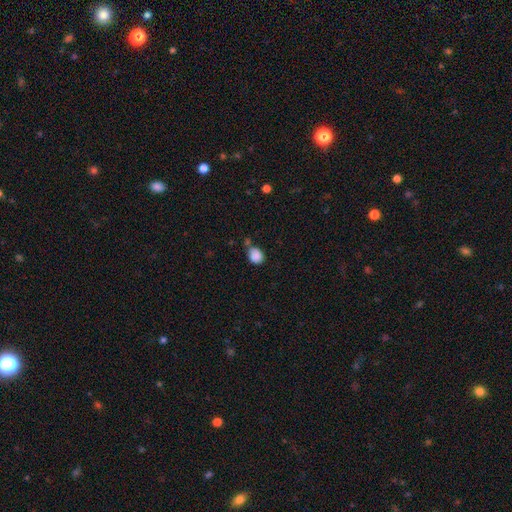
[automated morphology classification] Smooth or featured? Predicted: smooth (p=0.87). How rounded? Predicted: round (p=0.59). Merging? Predicted: none (p=0.55).